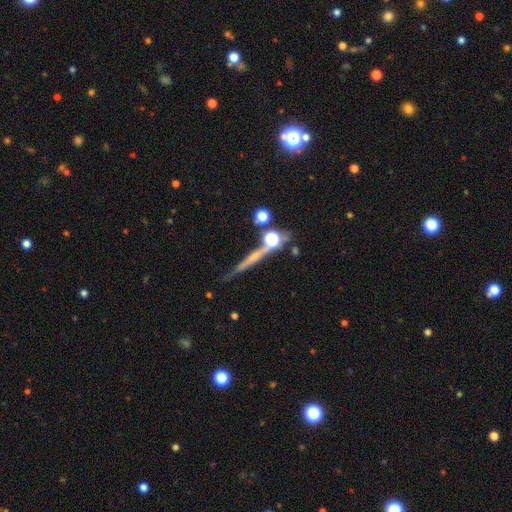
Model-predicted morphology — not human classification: type=featured or disk (50%); edge-on=yes (91%); merging=none (72%).